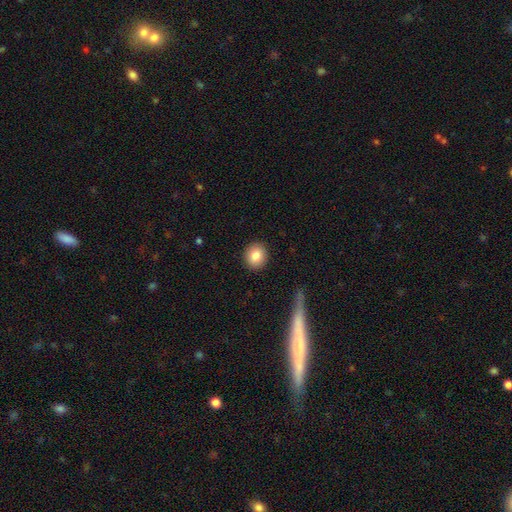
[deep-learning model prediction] A smooth galaxy with no disk features (84%) that is round (83%).

Vote fractions:
- Smooth or featured? smooth: 84% / star or artifact: 8% / featured or disk: 7%
- How rounded? round: 83% / in between: 16% / cigar-shaped: 1%
- Merging? none: 91% / minor disturbance: 6% / major disturbance: 2% / merger: 1%